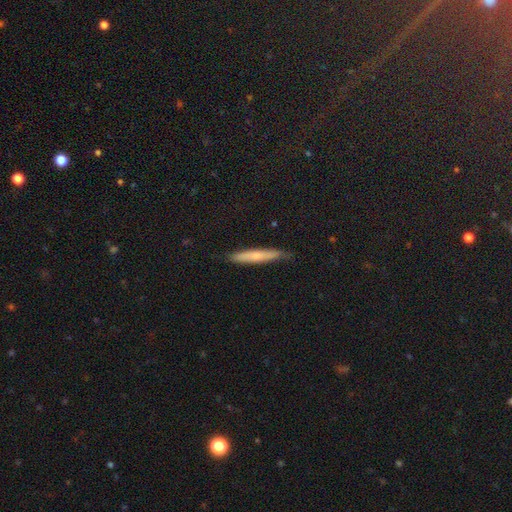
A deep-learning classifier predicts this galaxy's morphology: smooth_or_featured: smooth (p=0.62) [alt: featured or disk p=0.32]
how_rounded: cigar-shaped (p=0.94) [alt: in between p=0.04]
merging: none (p=0.84) [alt: minor disturbance p=0.13]